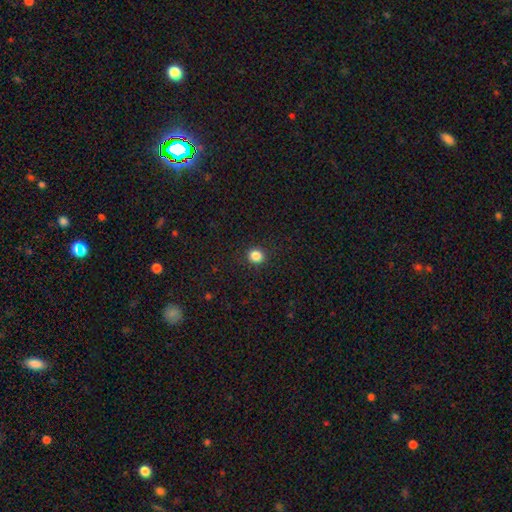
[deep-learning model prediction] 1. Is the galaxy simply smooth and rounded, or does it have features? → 86% smooth, 11% star or artifact, 3% featured or disk.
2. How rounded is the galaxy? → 85% round, 14% in between, 1% cigar-shaped.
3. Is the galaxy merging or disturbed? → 92% none, 5% minor disturbance, 2% major disturbance, 1% merger.